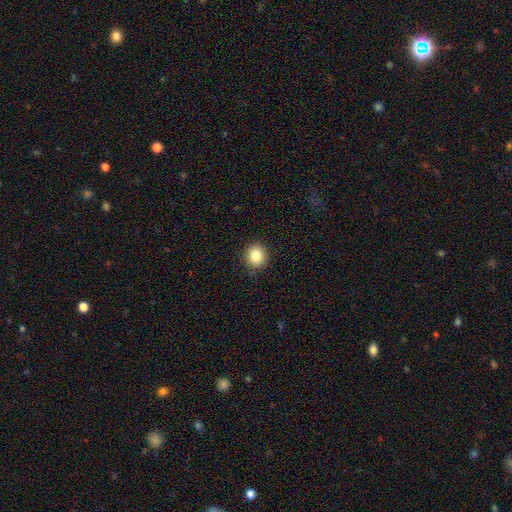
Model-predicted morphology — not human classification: smooth-or-featured: smooth: 84% | star or artifact: 10% | featured or disk: 5%
  how-rounded: round: 87% | in between: 12% | cigar-shaped: 1%
  merging: none: 90% | minor disturbance: 7% | major disturbance: 2% | merger: 1%